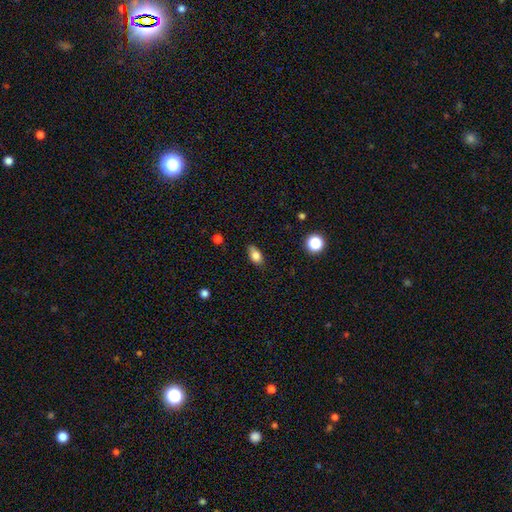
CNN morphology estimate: Smooth or featured: smooth — 81% (featured or disk — 10%)
How rounded: in between — 85% (round — 10%)
Merging: none — 74% (minor disturbance — 21%)